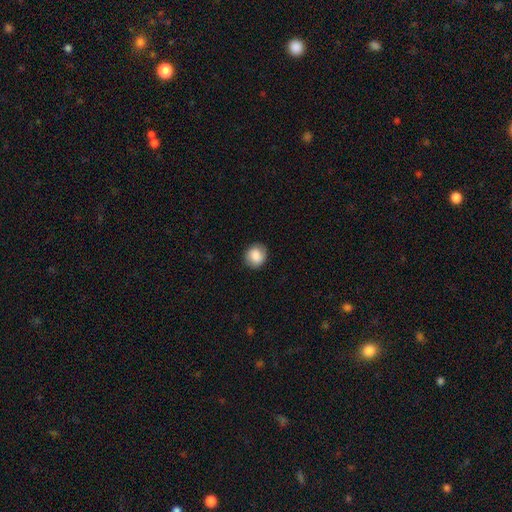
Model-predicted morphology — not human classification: Overall: smooth (83%). How rounded: round (78%). Merging: none (85%).